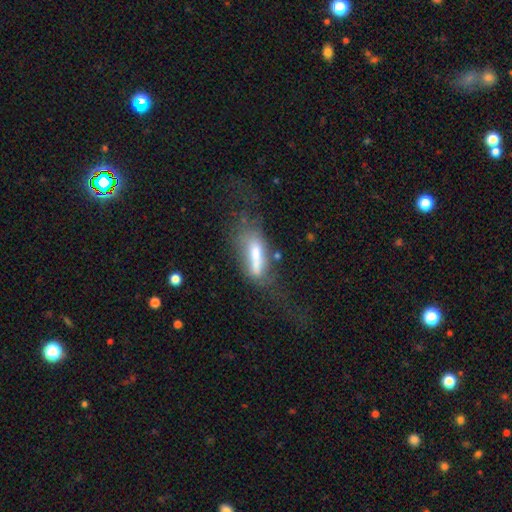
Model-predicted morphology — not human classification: The model was most divided on "how rounded": in between: 50%, cigar-shaped: 47%, round: 3%. Remaining: smooth or featured — smooth (55%); merging — major disturbance (35%).